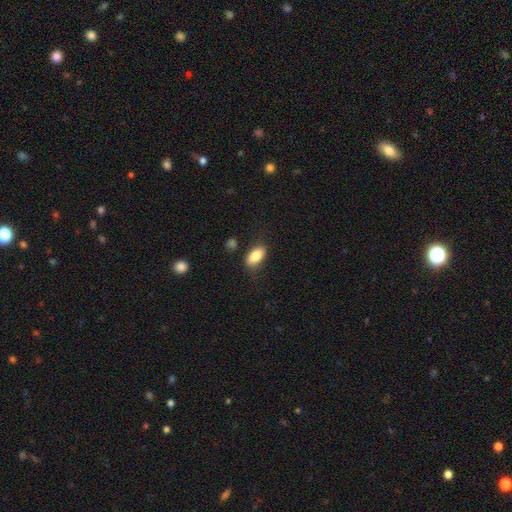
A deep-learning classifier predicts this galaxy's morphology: Overall: smooth (82%). How rounded: in between (89%). Merging: none (78%).